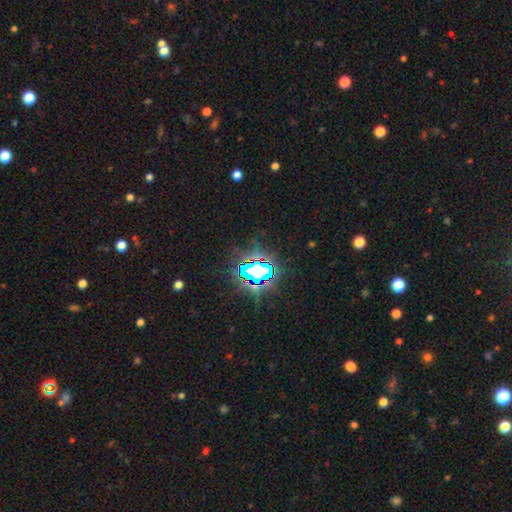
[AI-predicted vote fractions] smooth_or_featured: star or artifact (p=0.80) [alt: smooth p=0.12]